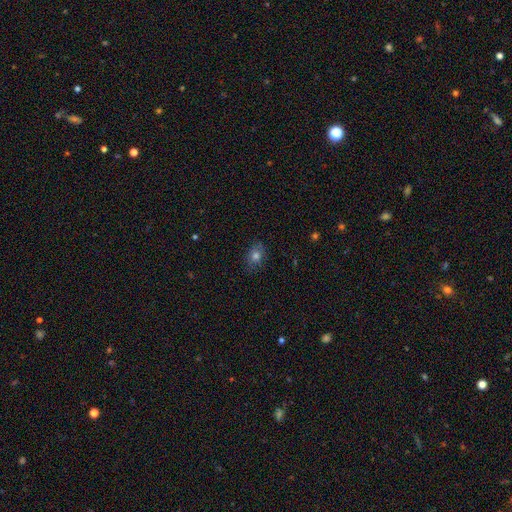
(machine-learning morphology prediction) smooth 76%, star or artifact 14%, featured or disk 10%. Down the decision tree: how rounded — in between (61%); merging — none (82%).